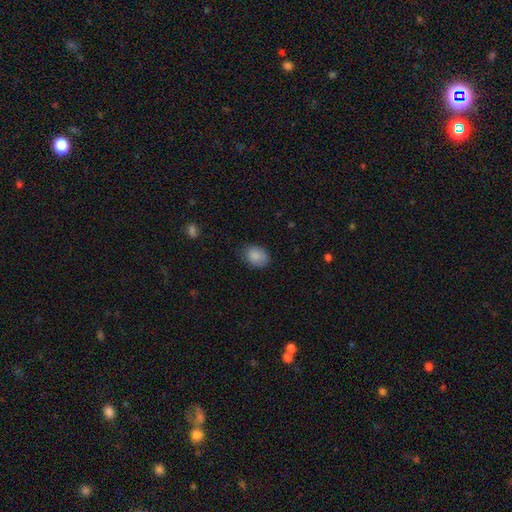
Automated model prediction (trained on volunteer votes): smooth 87%, star or artifact 8%, featured or disk 5%. Down the decision tree: how rounded — in between (74%); merging — none (76%).